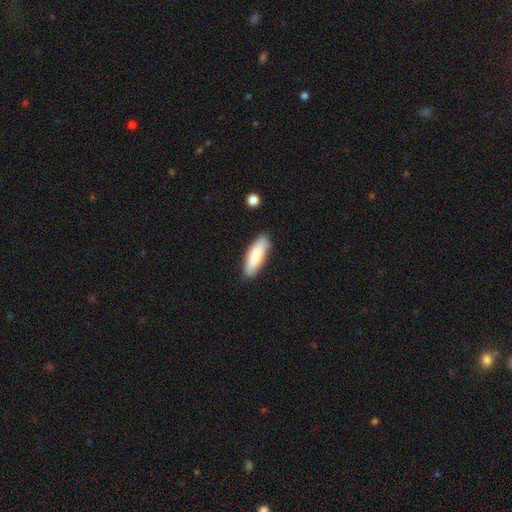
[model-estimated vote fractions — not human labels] smooth-or-featured: smooth: 81% | featured or disk: 14% | star or artifact: 5%
  how-rounded: in between: 55% | cigar-shaped: 44% | round: 2%
  merging: none: 85% | minor disturbance: 11% | major disturbance: 2% | merger: 2%